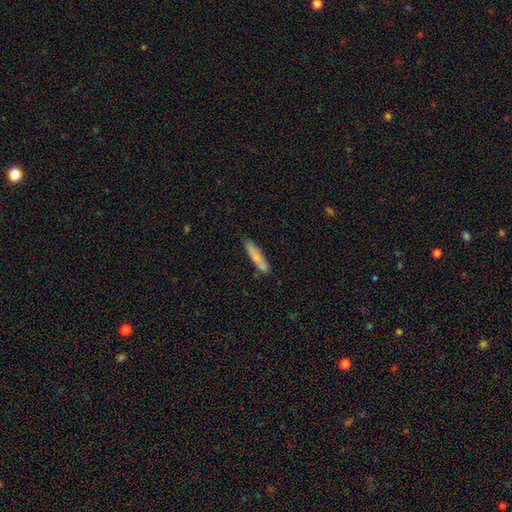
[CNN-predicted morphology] smooth 74%, featured or disk 20%, star or artifact 7%. Down the decision tree: how rounded — cigar-shaped (83%); merging — none (71%).